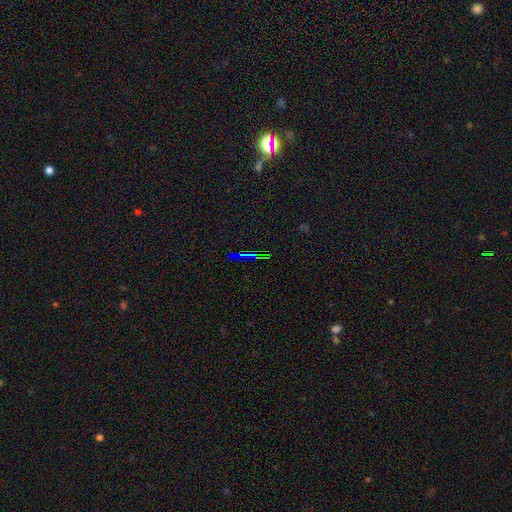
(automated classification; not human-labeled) Smooth or featured?
  - star or artifact: 72% *
  - smooth: 14%
  - featured or disk: 14%